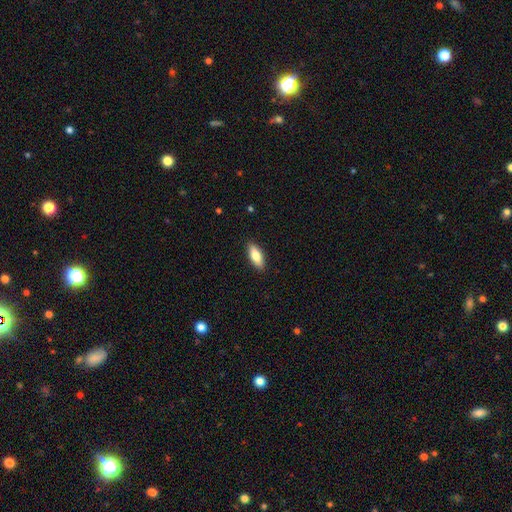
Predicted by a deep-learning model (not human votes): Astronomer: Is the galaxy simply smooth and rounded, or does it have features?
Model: smooth — 77%.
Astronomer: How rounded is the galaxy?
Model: in between — 74%.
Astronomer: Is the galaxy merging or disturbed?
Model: none — 89%.